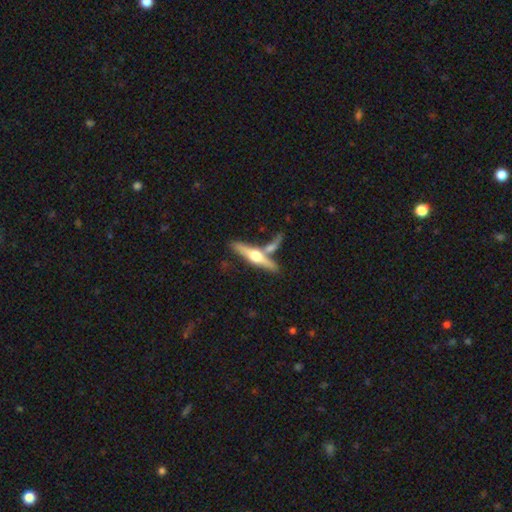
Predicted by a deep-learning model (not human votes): Smooth or featured? featured or disk (71%)
Edge-on disk? yes (96%)
Edge-on bulge? rounded (95%)
Merging? none (63%)